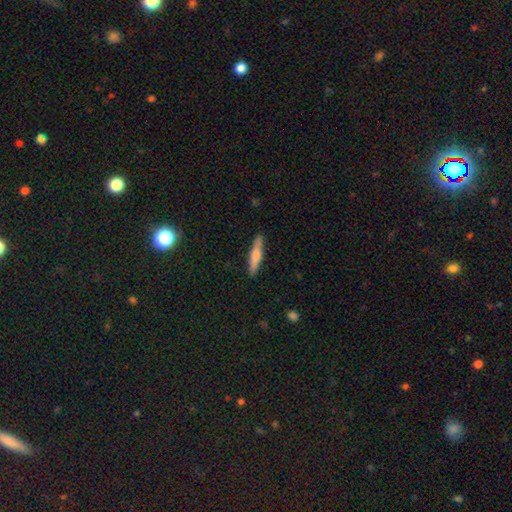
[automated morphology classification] Smooth or featured?
  - smooth: 58% *
  - featured or disk: 36%
  - star or artifact: 6%
How rounded?
  - cigar-shaped: 88% *
  - in between: 10%
  - round: 2%
Merging?
  - none: 89% *
  - minor disturbance: 8%
  - major disturbance: 2%
  - merger: 1%